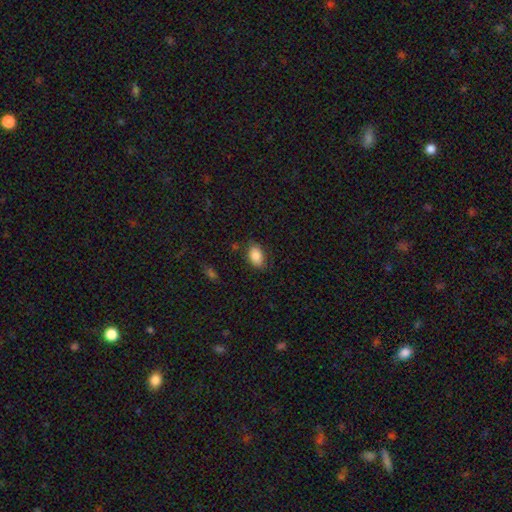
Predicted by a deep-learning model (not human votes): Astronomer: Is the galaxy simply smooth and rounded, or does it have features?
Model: smooth — 85%.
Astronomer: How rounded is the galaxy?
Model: in between — 89%.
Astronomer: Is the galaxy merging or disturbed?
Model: none — 76%.